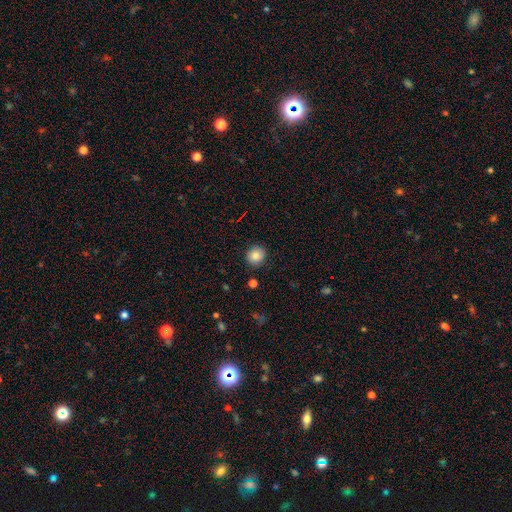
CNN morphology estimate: The model was most divided on "smooth or featured": smooth: 84%, star or artifact: 9%, featured or disk: 7%. More confident: merging — none (90%); how rounded — round (88%).